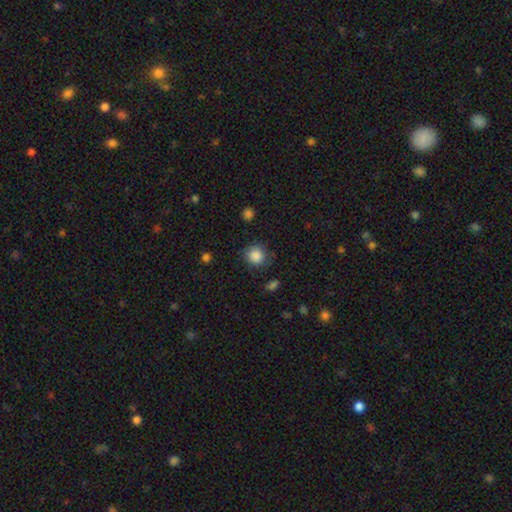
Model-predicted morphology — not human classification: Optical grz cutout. It shows a smooth galaxy with no disk features (86%) that is round (88%). Merging: none (81%).